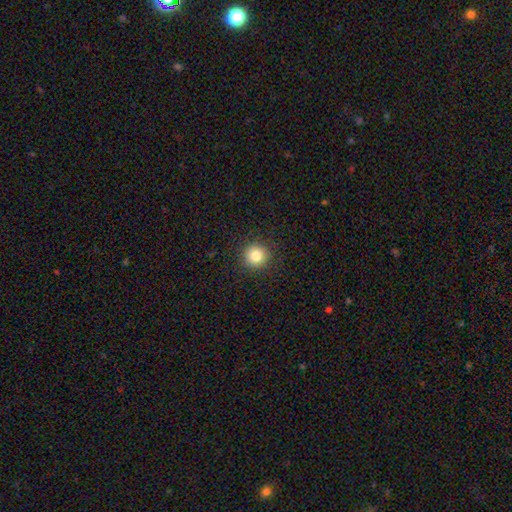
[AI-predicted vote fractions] smooth-or-featured: smooth: 82% | star or artifact: 12% | featured or disk: 6%
  how-rounded: round: 95% | in between: 4% | cigar-shaped: 1%
  merging: none: 91% | minor disturbance: 6% | major disturbance: 2% | merger: 1%